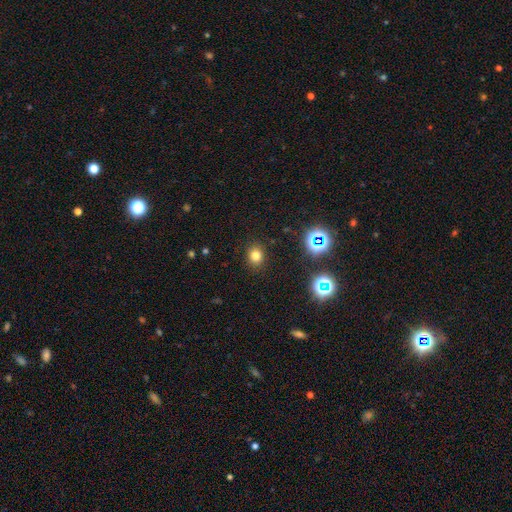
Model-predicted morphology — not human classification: A smooth galaxy with no disk features (75%) that is round (67%). Merging: none (89%).